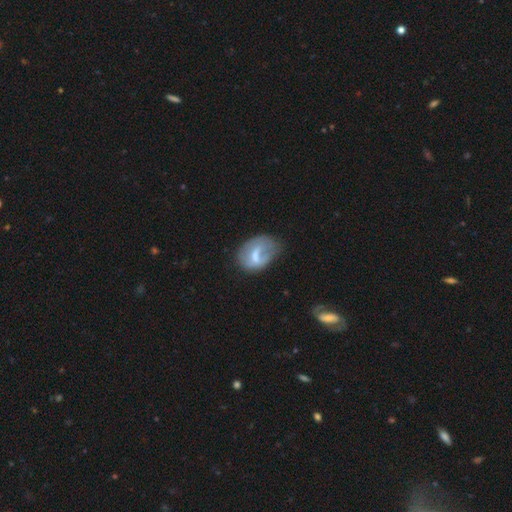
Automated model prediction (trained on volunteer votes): Q: Smooth or featured?
A: smooth (51%); runner-up: featured or disk (42%)
Q: How rounded?
A: in between (74%); runner-up: round (24%)
Q: Merging?
A: none (40%); runner-up: minor disturbance (32%)